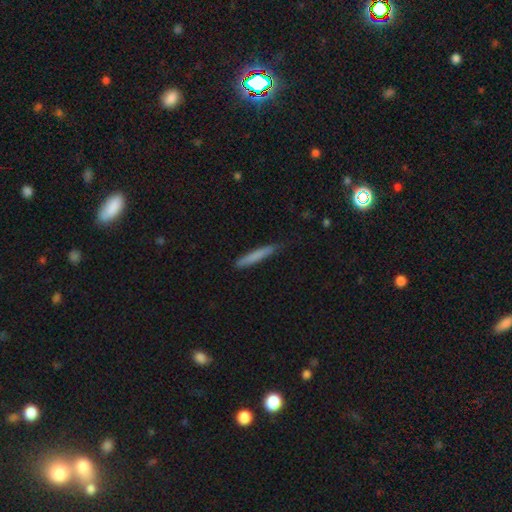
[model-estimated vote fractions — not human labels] A smooth galaxy with no disk features (77%) that is cigar-shaped (95%).

Vote fractions:
- Smooth or featured? smooth: 77% / featured or disk: 17% / star or artifact: 6%
- How rounded? cigar-shaped: 95% / in between: 3% / round: 1%
- Merging? none: 79% / minor disturbance: 17% / major disturbance: 3% / merger: 1%